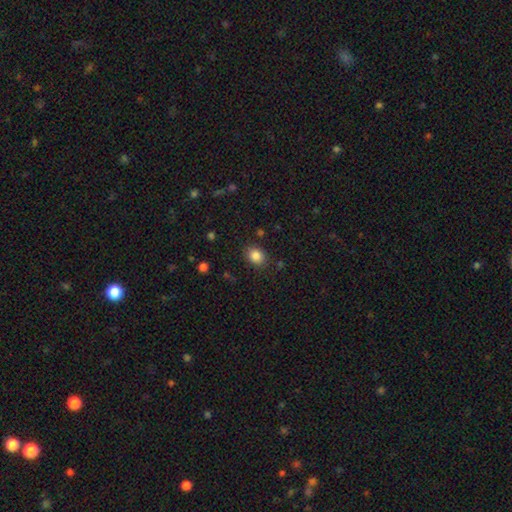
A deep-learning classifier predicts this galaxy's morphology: Smooth or featured? Predicted: smooth (p=0.85). How rounded? Predicted: round (p=0.54). Merging? Predicted: none (p=0.84).